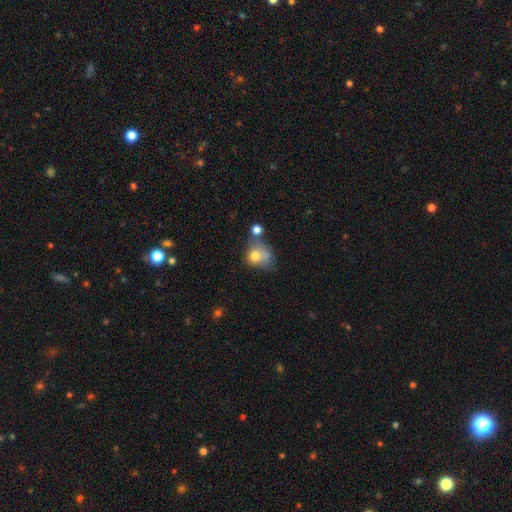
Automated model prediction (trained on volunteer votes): Smooth or featured: smooth — 74% (featured or disk — 16%)
How rounded: round — 58% (in between — 41%)
Merging: merger — 32% (none — 28%)